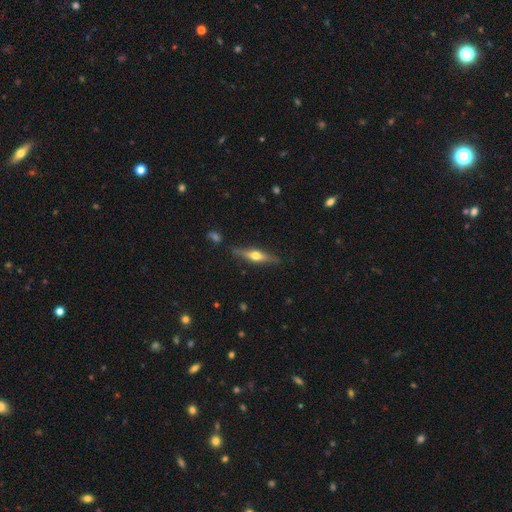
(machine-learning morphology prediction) The model was most divided on "smooth or featured": featured or disk: 66%, smooth: 28%, star or artifact: 6%. More confident: edge-on disk — yes (96%); edge-on bulge — rounded (94%); merging — none (85%).